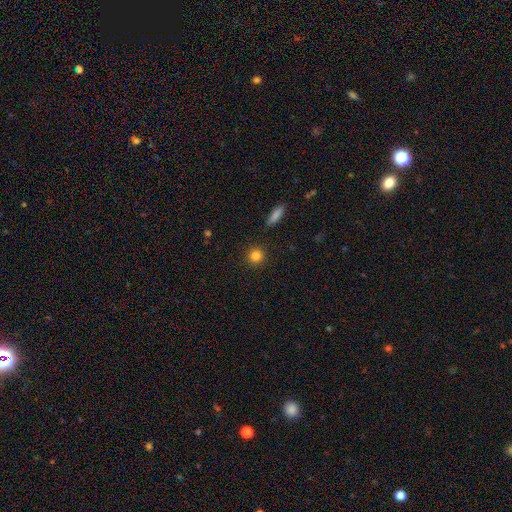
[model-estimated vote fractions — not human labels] smooth-or-featured: smooth: 84% | star or artifact: 11% | featured or disk: 5%
  how-rounded: round: 91% | in between: 7% | cigar-shaped: 1%
  merging: none: 91% | minor disturbance: 6% | major disturbance: 2% | merger: 1%